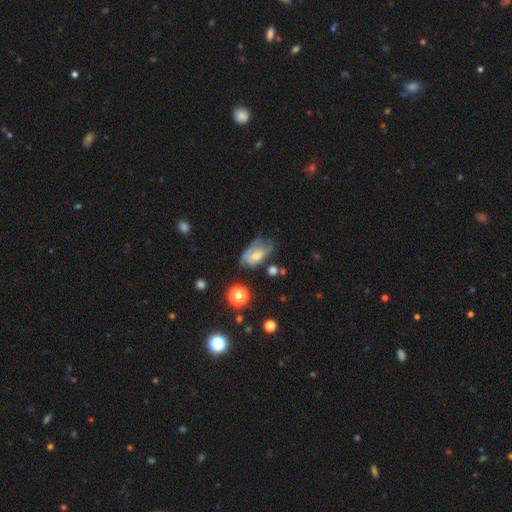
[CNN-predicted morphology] Overall: featured or disk (53%; smooth 37%). Edge-on disk: no (94%). Merging: none (46%; minor disturbance 30%).